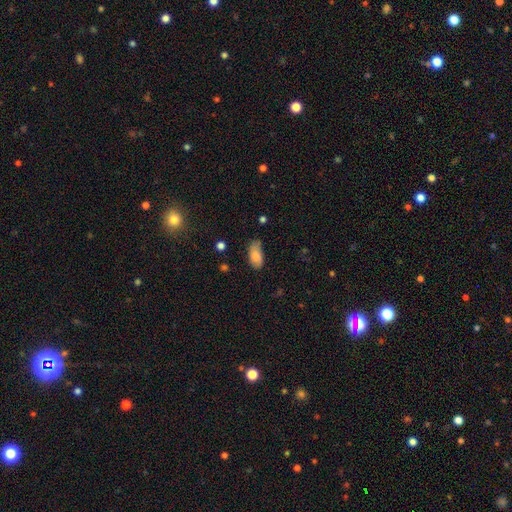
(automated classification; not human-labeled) smooth_or_featured: smooth (p=0.83) [alt: featured or disk p=0.09]
how_rounded: in between (p=0.92) [alt: cigar-shaped p=0.05]
merging: none (p=0.57) [alt: minor disturbance p=0.33]